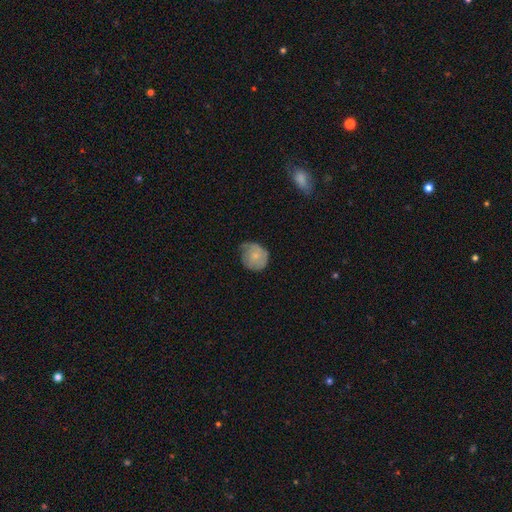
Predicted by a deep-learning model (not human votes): Smooth or featured: smooth — 56% (featured or disk — 37%)
How rounded: round — 77% (in between — 22%)
Merging: none — 46% (minor disturbance — 37%)